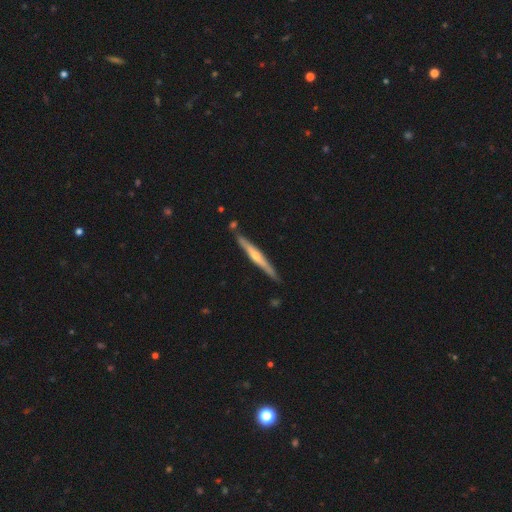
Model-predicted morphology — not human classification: Q: Smooth or featured?
A: featured or disk (66%); runner-up: smooth (29%)
Q: Edge-on disk?
A: yes (97%); runner-up: no (3%)
Q: Edge-on bulge?
A: rounded (76%); runner-up: none (19%)
Q: Merging?
A: none (84%); runner-up: minor disturbance (11%)